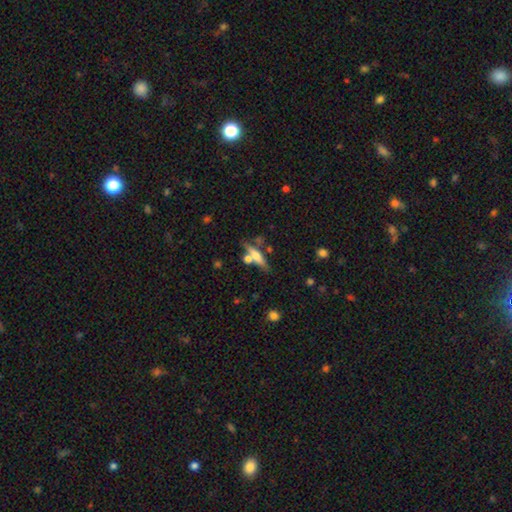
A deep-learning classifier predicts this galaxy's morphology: This appears to be a featured or disk galaxy (48%). Merging: none (63%).